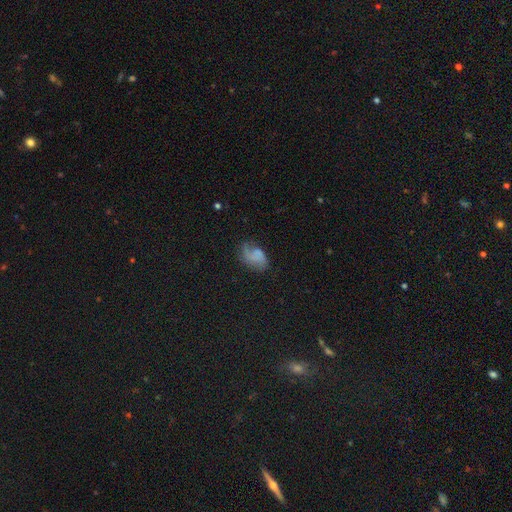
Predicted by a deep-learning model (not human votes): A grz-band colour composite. It shows a featured or disk galaxy (48%). Merging: none (43%).